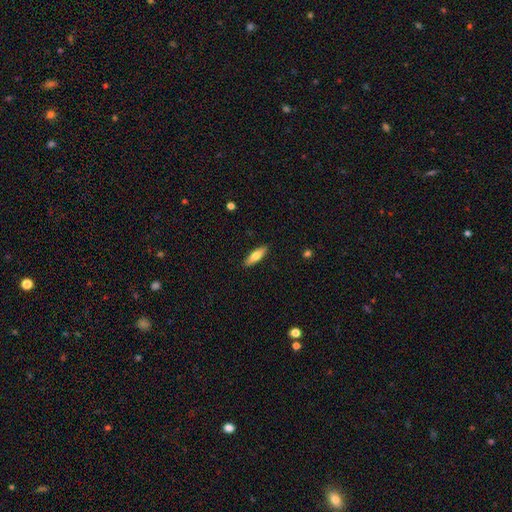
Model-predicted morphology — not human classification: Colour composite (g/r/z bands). It shows a smooth galaxy with no disk features (71%) that is cigar-shaped (52%). Merging: none (90%).